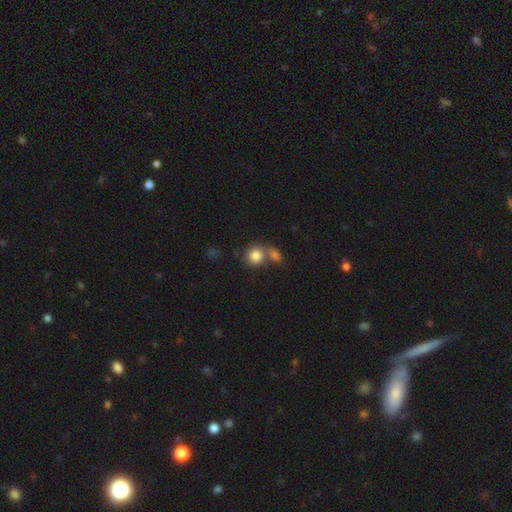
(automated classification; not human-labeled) Smooth or featured?
  - smooth: 83% *
  - star or artifact: 9%
  - featured or disk: 8%
How rounded?
  - round: 84% *
  - in between: 15%
  - cigar-shaped: 1%
Merging?
  - none: 47% *
  - merger: 40%
  - minor disturbance: 9%
  - major disturbance: 4%